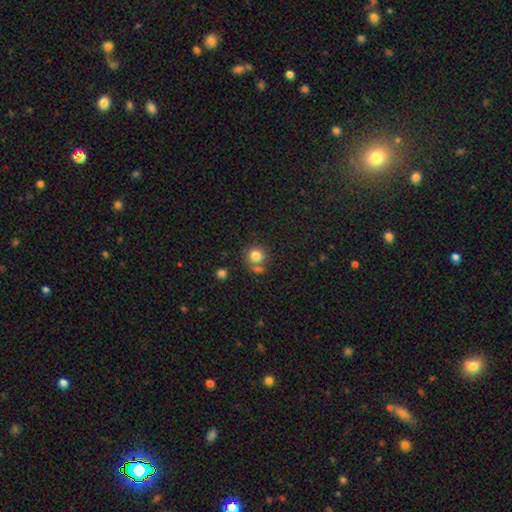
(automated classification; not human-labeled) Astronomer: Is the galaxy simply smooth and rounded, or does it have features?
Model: smooth — 81%.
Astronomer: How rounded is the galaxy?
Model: round — 89%.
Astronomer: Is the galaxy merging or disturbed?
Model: none — 64%.